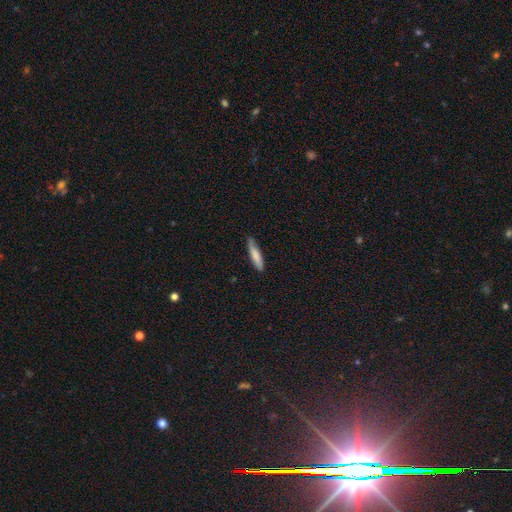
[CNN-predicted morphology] Smooth or featured? Predicted: smooth (p=0.78). How rounded? Predicted: cigar-shaped (p=0.82). Merging? Predicted: none (p=0.77).